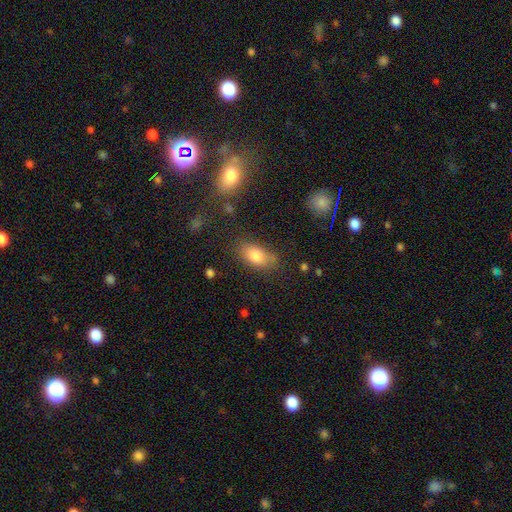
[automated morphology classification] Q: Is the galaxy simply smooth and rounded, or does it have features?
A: smooth — 80%.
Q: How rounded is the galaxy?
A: in between — 88%.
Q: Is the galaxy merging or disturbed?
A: none — 73%.